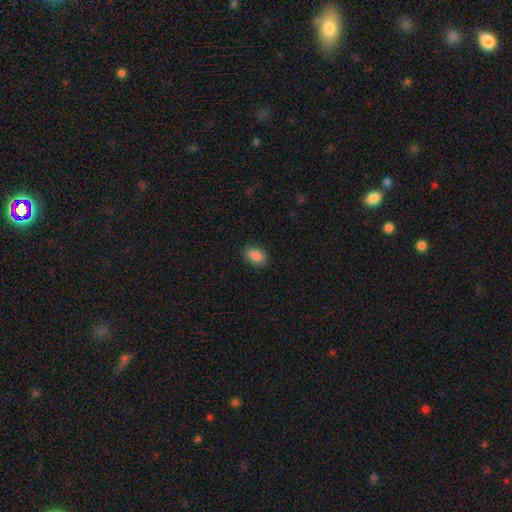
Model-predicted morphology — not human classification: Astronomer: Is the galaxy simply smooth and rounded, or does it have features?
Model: smooth — 87%.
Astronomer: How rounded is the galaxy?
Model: in between — 83%.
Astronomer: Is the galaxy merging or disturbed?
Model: none — 86%.